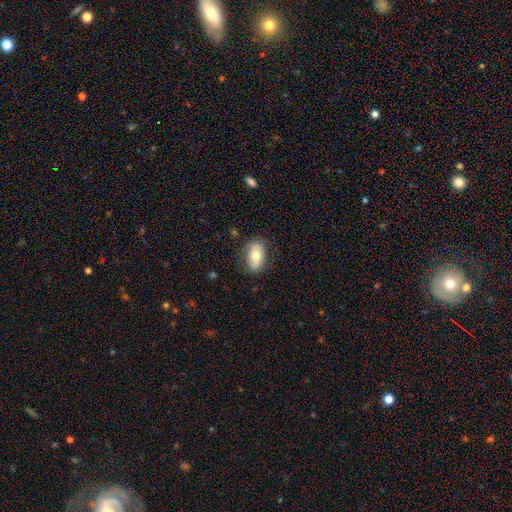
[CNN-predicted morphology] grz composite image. It shows a smooth galaxy with no disk features (70%) that is in between round and cigar-shaped (89%). Merging: none (80%).